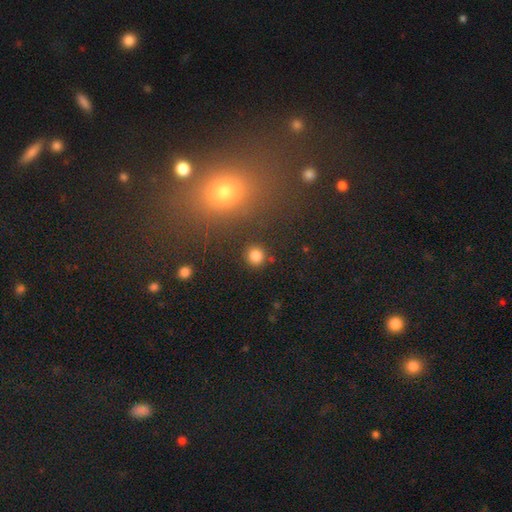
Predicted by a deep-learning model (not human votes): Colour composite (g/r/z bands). It shows a smooth galaxy with no disk features (83%) that is round (92%). Merging: none (88%).